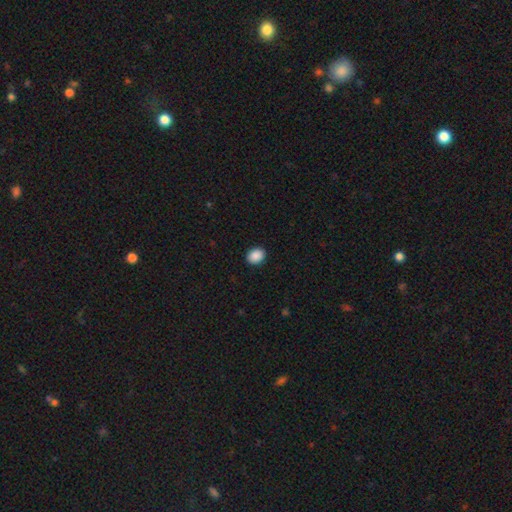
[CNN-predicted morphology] smooth_or_featured: smooth (p=0.90) [alt: star or artifact p=0.08]
how_rounded: in between (p=0.50) [alt: round p=0.49]
merging: none (p=0.92) [alt: minor disturbance p=0.06]